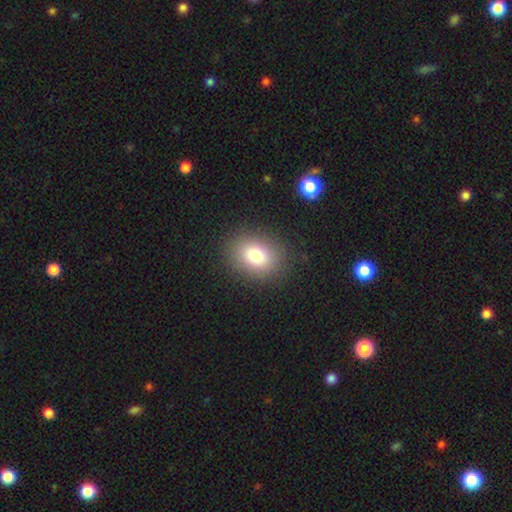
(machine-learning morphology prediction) type=smooth (80%); roundness=in between (55%); merging=none (87%).